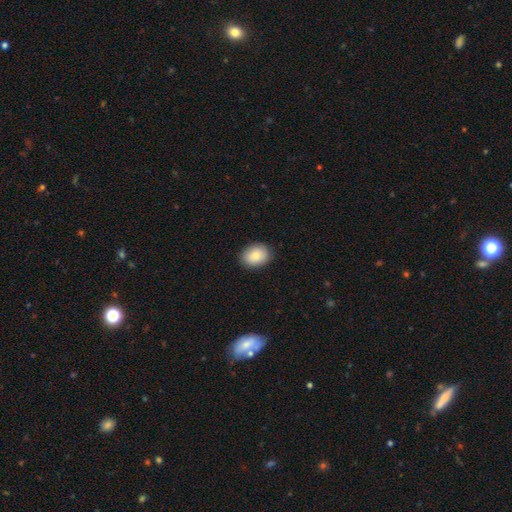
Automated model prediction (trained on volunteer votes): smooth_or_featured: smooth (p=0.85) [alt: featured or disk p=0.08]
how_rounded: in between (p=0.63) [alt: round p=0.36]
merging: none (p=0.88) [alt: minor disturbance p=0.09]